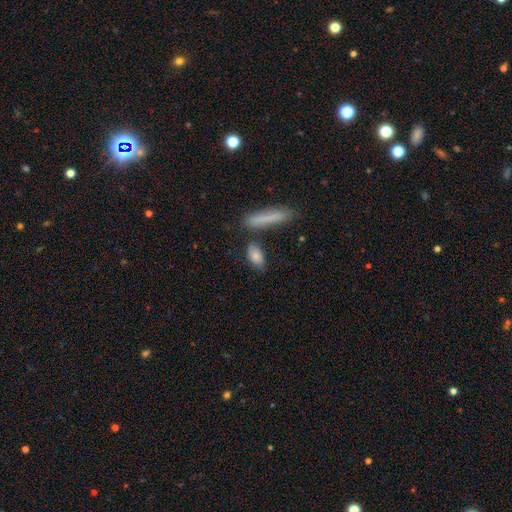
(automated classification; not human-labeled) This is clearly a smooth galaxy (81%). How rounded: clearly in between (82%). Merging: likely none (71%).